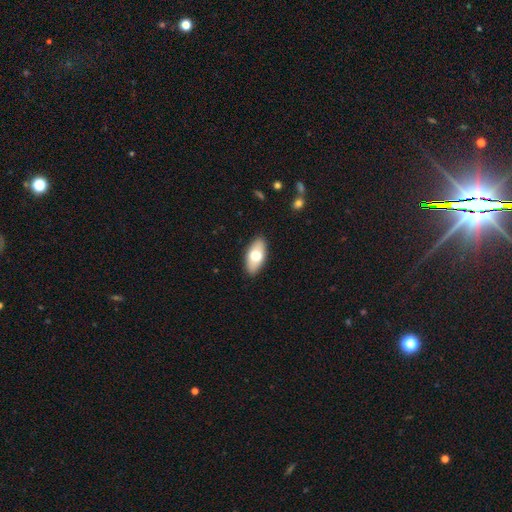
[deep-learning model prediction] This is likely a smooth galaxy (68%). How rounded: clearly in between (90%). Merging: clearly none (89%).